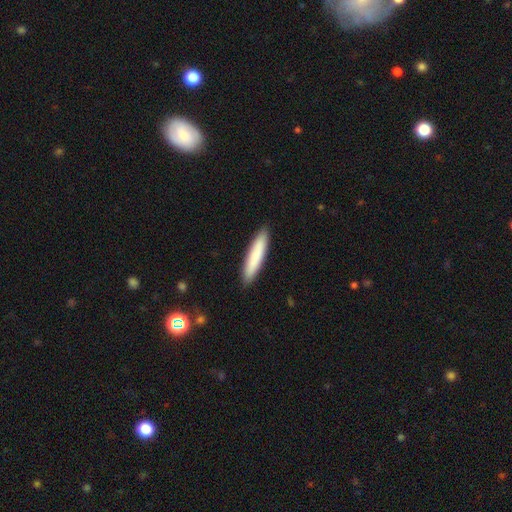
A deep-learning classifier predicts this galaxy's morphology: Overall: smooth (82%). How rounded: cigar-shaped (88%). Merging: none (90%).